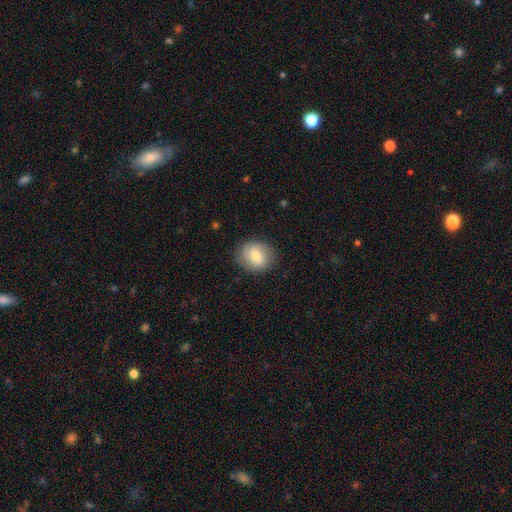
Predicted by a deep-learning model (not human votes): The model was most divided on "how rounded": round: 62%, in between: 37%, cigar-shaped: 1%. More confident: merging — none (83%); smooth or featured — smooth (68%).